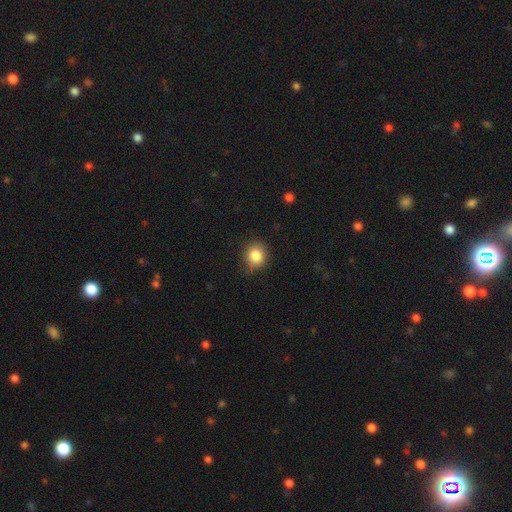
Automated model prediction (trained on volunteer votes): Overall: smooth (85%). How rounded: round (77%). Merging: none (79%).